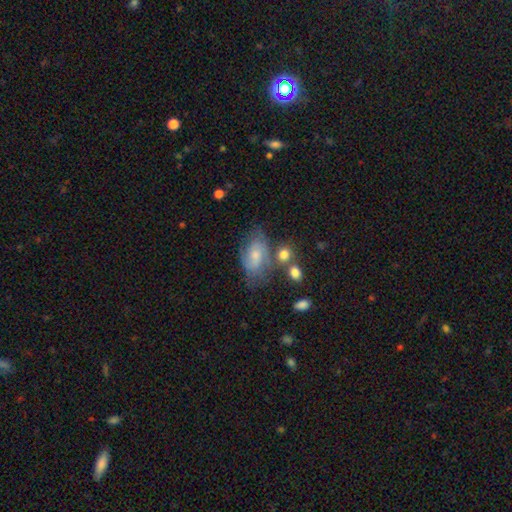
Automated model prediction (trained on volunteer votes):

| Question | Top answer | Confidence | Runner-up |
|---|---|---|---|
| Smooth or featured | featured or disk | 47% | smooth (44%) |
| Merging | none | 48% | minor disturbance (26%) |